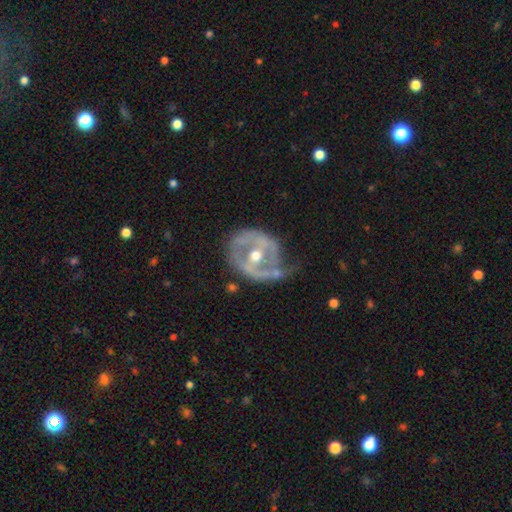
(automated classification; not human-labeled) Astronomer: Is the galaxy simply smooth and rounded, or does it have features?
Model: featured or disk — 81%.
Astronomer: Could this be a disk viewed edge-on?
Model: no — 96%.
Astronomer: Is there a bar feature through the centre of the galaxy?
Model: weak — 34% (runner-up: no, 33%).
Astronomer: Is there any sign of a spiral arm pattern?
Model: yes — 66%.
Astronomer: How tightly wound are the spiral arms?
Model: tight — 40% (runner-up: medium, 36%).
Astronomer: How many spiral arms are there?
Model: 2 — 47% (runner-up: 1, 29%).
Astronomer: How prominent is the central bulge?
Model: moderate — 67%.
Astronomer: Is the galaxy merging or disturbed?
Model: none — 43% (runner-up: minor disturbance, 29%).